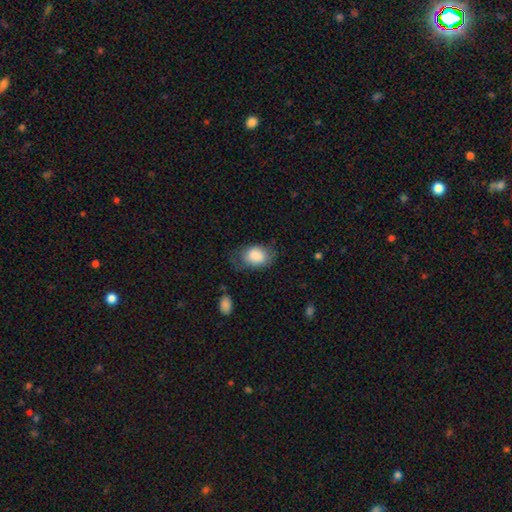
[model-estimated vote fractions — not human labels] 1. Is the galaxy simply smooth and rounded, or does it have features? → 84% smooth, 9% featured or disk, 7% star or artifact.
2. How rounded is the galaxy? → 75% in between, 24% round, 1% cigar-shaped.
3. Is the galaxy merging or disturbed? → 57% none, 27% minor disturbance, 14% major disturbance, 2% merger.